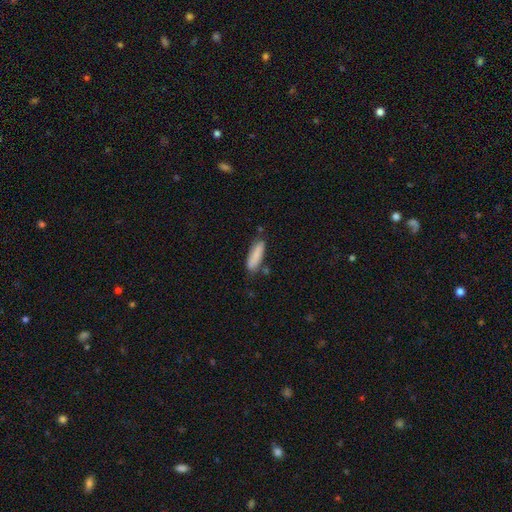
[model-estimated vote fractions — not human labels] Overall: smooth (84%). How rounded: cigar-shaped (56%; in between 42%). Merging: none (74%).